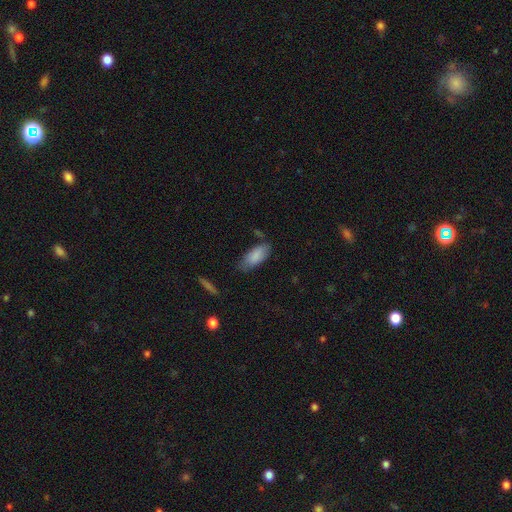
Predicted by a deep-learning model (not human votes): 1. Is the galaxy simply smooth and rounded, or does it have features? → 85% smooth, 9% featured or disk, 6% star or artifact.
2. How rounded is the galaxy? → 87% in between, 11% cigar-shaped, 2% round.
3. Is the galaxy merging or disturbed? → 64% none, 27% minor disturbance, 6% major disturbance, 3% merger.